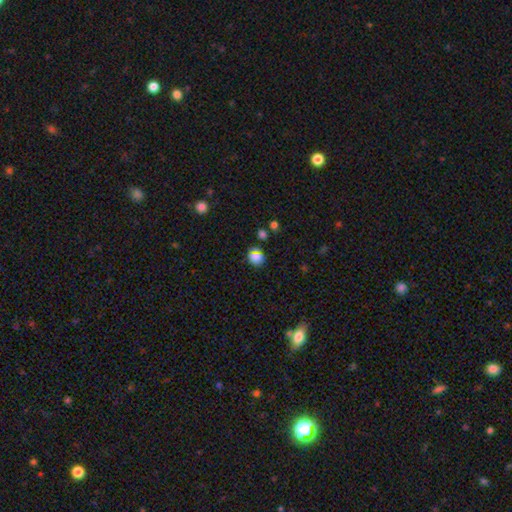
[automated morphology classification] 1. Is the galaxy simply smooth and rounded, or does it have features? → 68% smooth, 26% star or artifact, 6% featured or disk.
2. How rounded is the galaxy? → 81% round, 18% in between, 1% cigar-shaped.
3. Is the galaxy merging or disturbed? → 80% none, 11% minor disturbance, 5% merger, 4% major disturbance.